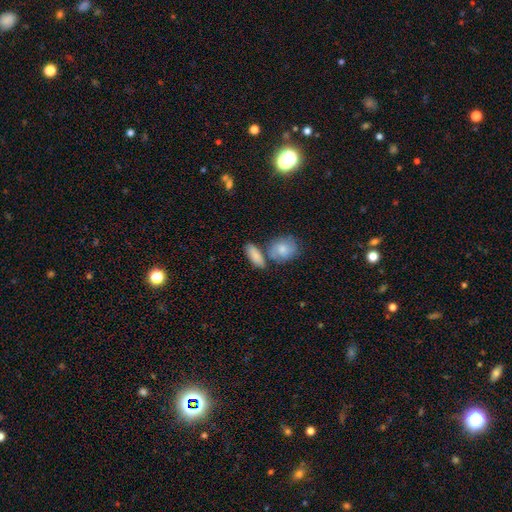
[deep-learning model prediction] A smooth galaxy with no disk features (82%) that is in between round and cigar-shaped (76%). Merging: none (55%).